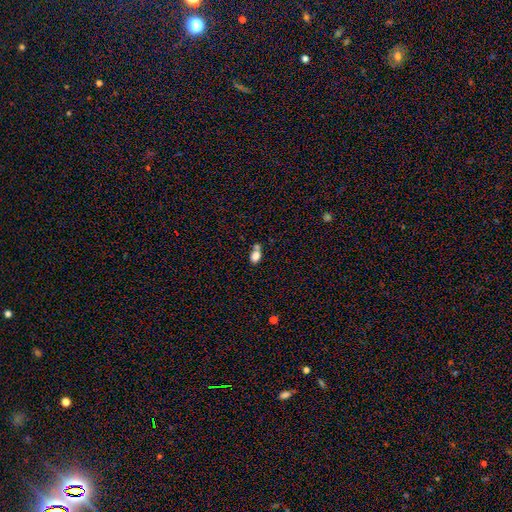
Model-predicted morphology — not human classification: A smooth galaxy with no disk features (82%) that is in between round and cigar-shaped (78%).

Vote fractions:
- Smooth or featured? smooth: 82% / star or artifact: 11% / featured or disk: 7%
- How rounded? in between: 78% / round: 20% / cigar-shaped: 2%
- Merging? none: 46% / merger: 36% / minor disturbance: 13% / major disturbance: 5%